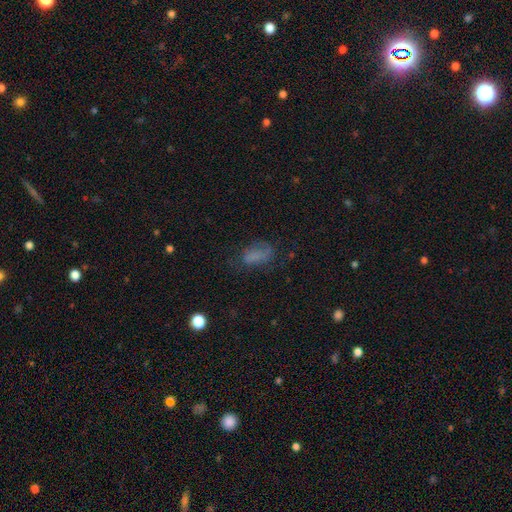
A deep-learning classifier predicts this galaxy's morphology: A smooth galaxy with no disk features (65%) that is in between round and cigar-shaped (85%). Merging: none (50%).